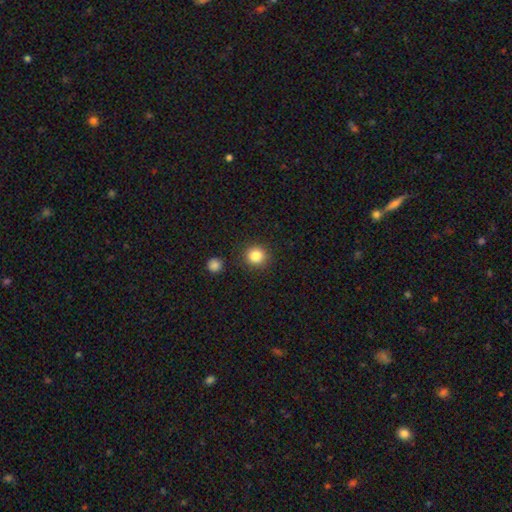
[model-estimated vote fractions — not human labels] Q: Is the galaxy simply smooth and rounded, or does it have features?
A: smooth — 84%.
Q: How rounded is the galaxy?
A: round — 93%.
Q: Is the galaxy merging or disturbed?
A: none — 89%.